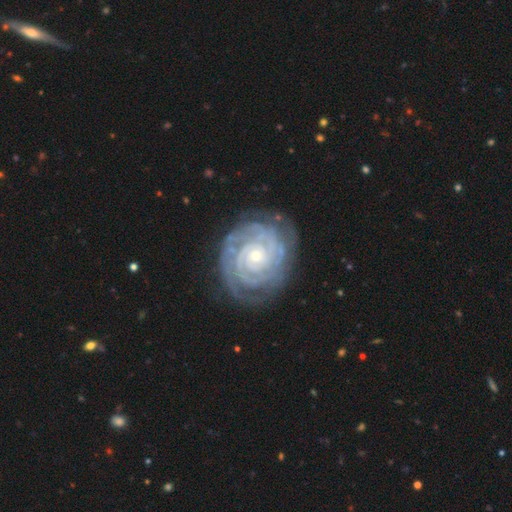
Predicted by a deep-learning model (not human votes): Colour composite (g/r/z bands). It shows a featured or disk galaxy (90%) with no bar (79%), 2 (25%) tight (87%) spiral arms (98%) and a small central bulge (72%). Merging: none (80%).